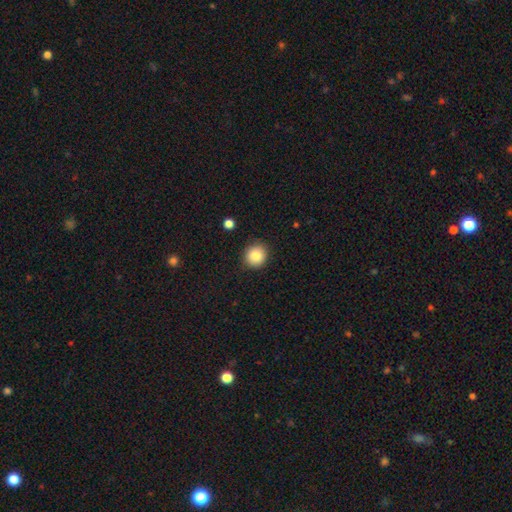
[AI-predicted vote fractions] Morphology: type=smooth (85%); roundness=round (85%); merging=none (88%).